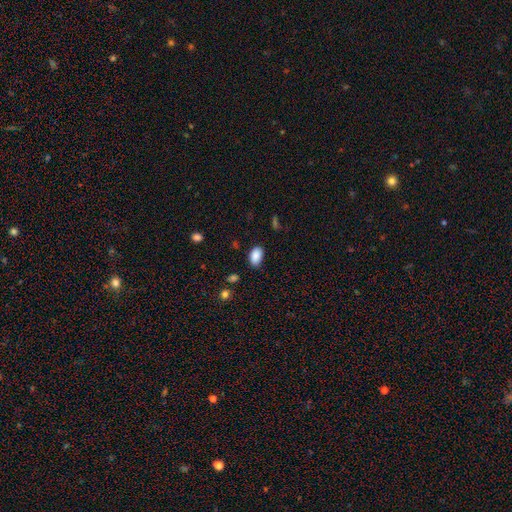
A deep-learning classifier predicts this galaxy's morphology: Smooth or featured?
  - smooth: 89% *
  - star or artifact: 8%
  - featured or disk: 3%
How rounded?
  - in between: 92% *
  - round: 6%
  - cigar-shaped: 1%
Merging?
  - none: 81% *
  - minor disturbance: 14%
  - major disturbance: 3%
  - merger: 1%